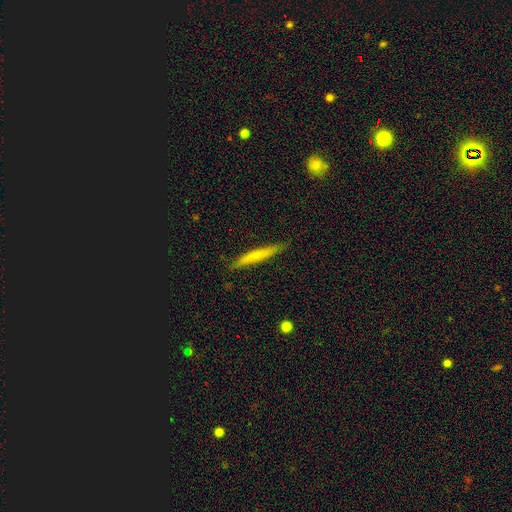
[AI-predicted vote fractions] Smooth or featured? Predicted: smooth (p=0.53). How rounded? Predicted: cigar-shaped (p=0.95). Merging? Predicted: none (p=0.86).